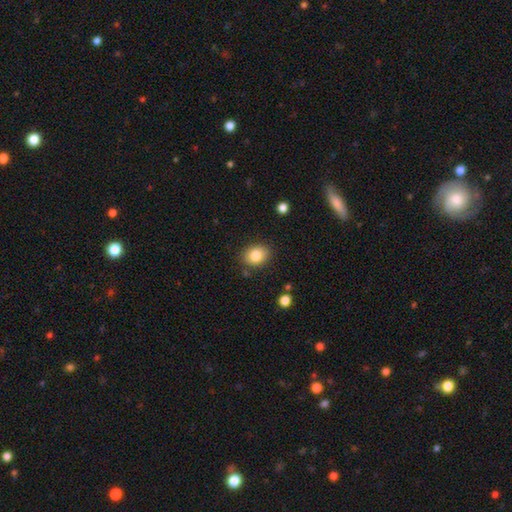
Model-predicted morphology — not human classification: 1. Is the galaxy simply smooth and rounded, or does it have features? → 83% smooth, 9% star or artifact, 8% featured or disk.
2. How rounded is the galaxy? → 53% in between, 46% round, 1% cigar-shaped.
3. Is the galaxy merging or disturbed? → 84% none, 11% minor disturbance, 3% major disturbance, 2% merger.